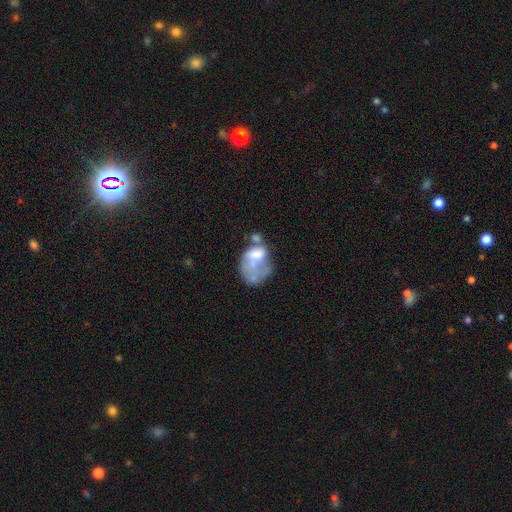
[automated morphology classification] Smooth or featured? Predicted: smooth (p=0.49). Merging? Predicted: major disturbance (p=0.34).